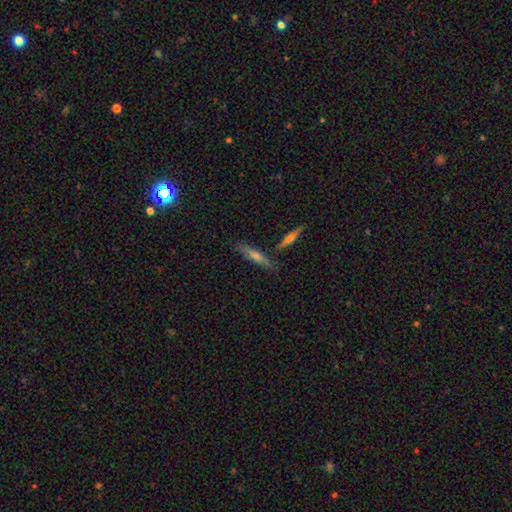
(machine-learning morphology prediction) Q: Smooth or featured?
A: smooth (48%); runner-up: featured or disk (44%)
Q: Merging?
A: none (79%); runner-up: minor disturbance (10%)